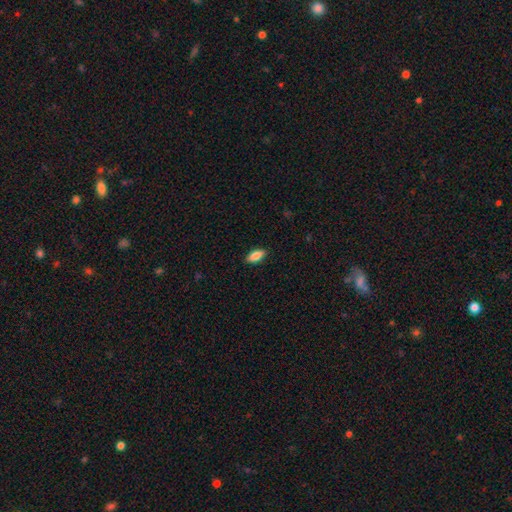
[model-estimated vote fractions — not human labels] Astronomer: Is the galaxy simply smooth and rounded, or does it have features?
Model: smooth — 84%.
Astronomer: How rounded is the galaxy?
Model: in between — 84%.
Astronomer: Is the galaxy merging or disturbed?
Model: none — 88%.